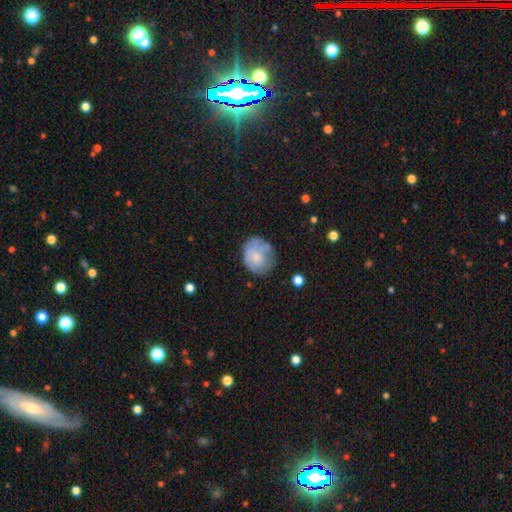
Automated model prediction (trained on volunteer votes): Smooth or featured: smooth — 63% (featured or disk — 29%)
How rounded: round — 60% (in between — 39%)
Merging: none — 58% (minor disturbance — 27%)